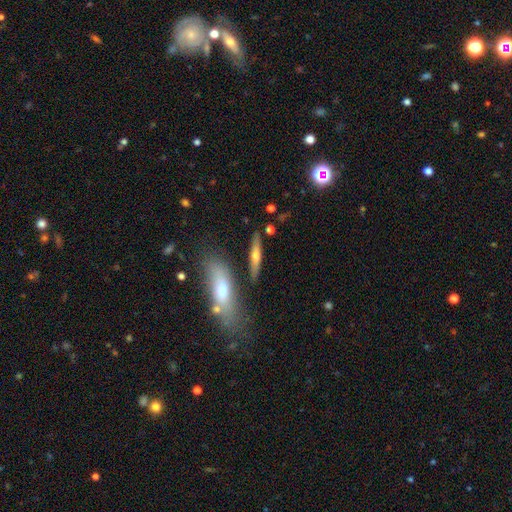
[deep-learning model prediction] smooth_or_featured: featured or disk (p=0.46) [tied with: smooth p=0.46]
merging: none (p=0.81) [alt: minor disturbance p=0.11]